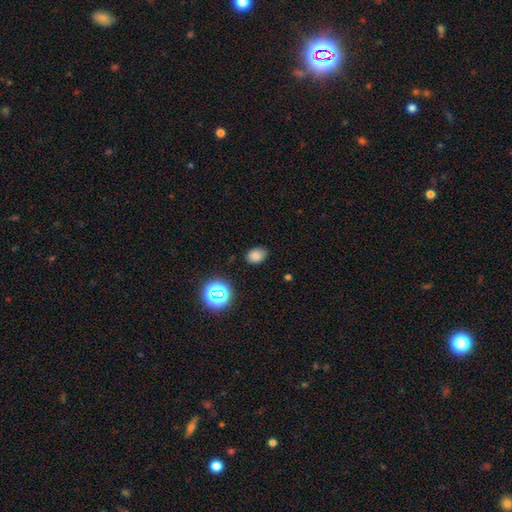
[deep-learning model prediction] smooth-or-featured: smooth: 79% | star or artifact: 15% | featured or disk: 6%
  how-rounded: in between: 70% | round: 29% | cigar-shaped: 1%
  merging: none: 81% | minor disturbance: 14% | major disturbance: 3% | merger: 1%